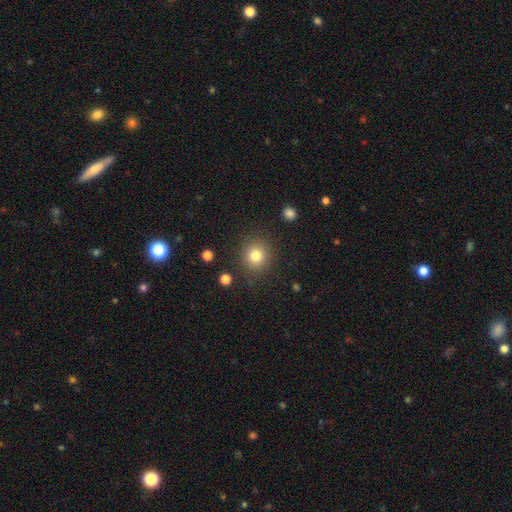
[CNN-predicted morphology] smooth_or_featured: smooth (p=0.81) [alt: star or artifact p=0.12]
how_rounded: round (p=0.89) [alt: in between p=0.10]
merging: none (p=0.87) [alt: minor disturbance p=0.08]